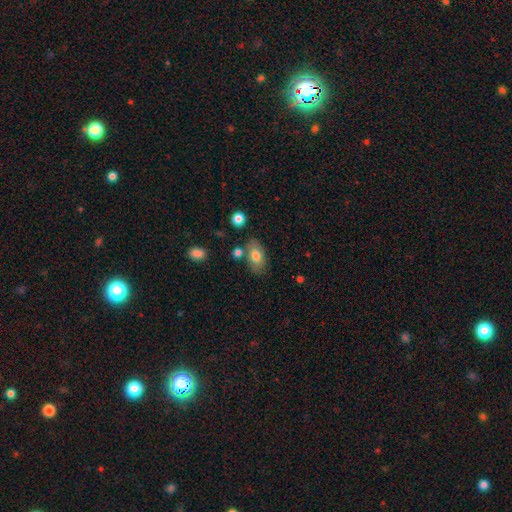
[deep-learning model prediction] smooth_or_featured: smooth (p=0.76) [alt: featured or disk p=0.17]
how_rounded: in between (p=0.90) [alt: round p=0.08]
merging: none (p=0.73) [alt: minor disturbance p=0.15]